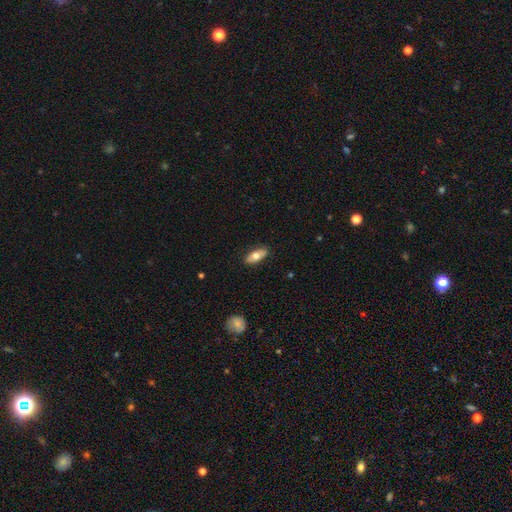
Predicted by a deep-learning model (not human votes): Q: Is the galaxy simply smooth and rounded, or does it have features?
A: smooth — 65%.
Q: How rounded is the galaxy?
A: in between — 82%.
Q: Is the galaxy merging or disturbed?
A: none — 84%.